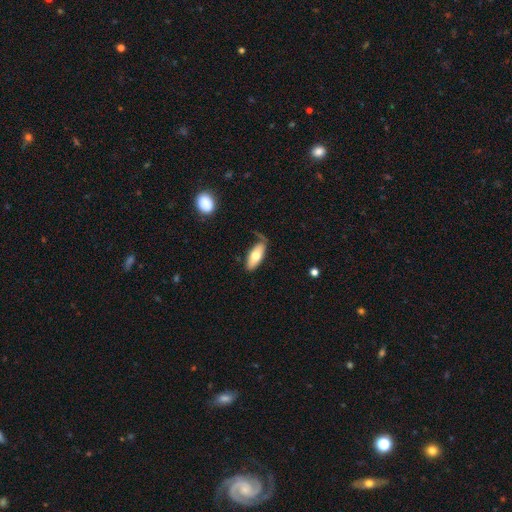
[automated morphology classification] Smooth or featured?
  - smooth: 69% *
  - featured or disk: 25%
  - star or artifact: 6%
How rounded?
  - in between: 79% *
  - cigar-shaped: 19%
  - round: 2%
Merging?
  - none: 58% *
  - minor disturbance: 27%
  - major disturbance: 11%
  - merger: 4%